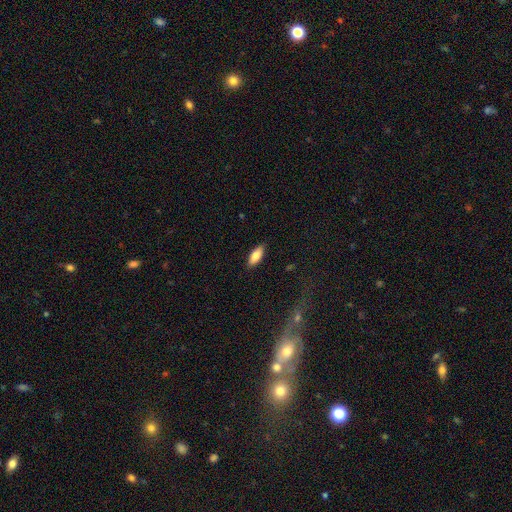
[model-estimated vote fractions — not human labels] smooth-or-featured: smooth: 83% | featured or disk: 11% | star or artifact: 6%
  how-rounded: in between: 77% | cigar-shaped: 21% | round: 2%
  merging: none: 88% | minor disturbance: 9% | major disturbance: 2% | merger: 1%